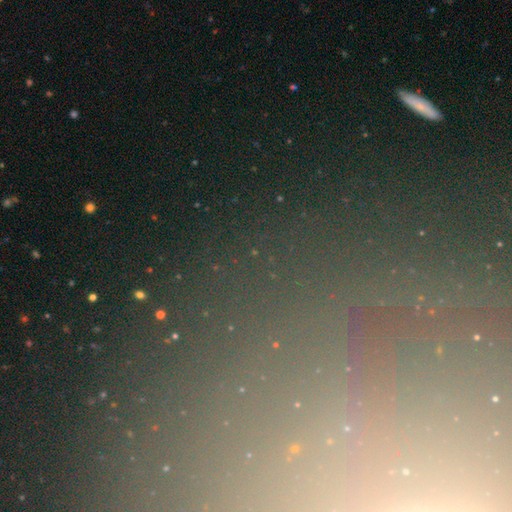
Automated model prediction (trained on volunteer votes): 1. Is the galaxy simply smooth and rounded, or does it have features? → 66% star or artifact, 17% featured or disk, 17% smooth.